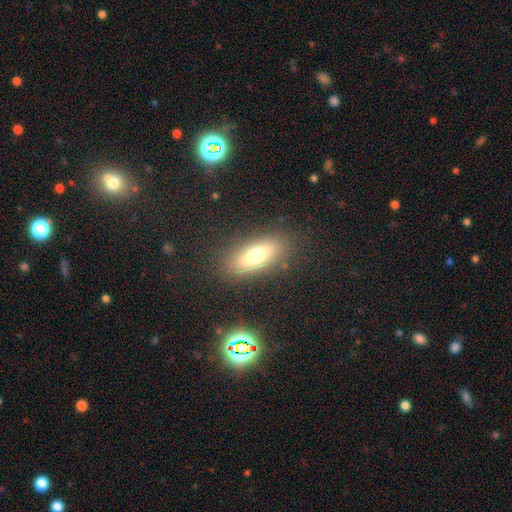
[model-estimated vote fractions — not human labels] A smooth galaxy with no disk features (67%) that is in between round and cigar-shaped (70%).

Vote fractions:
- Smooth or featured? smooth: 67% / featured or disk: 22% / star or artifact: 10%
- How rounded? in between: 70% / cigar-shaped: 26% / round: 4%
- Merging? none: 85% / minor disturbance: 10% / major disturbance: 4% / merger: 2%